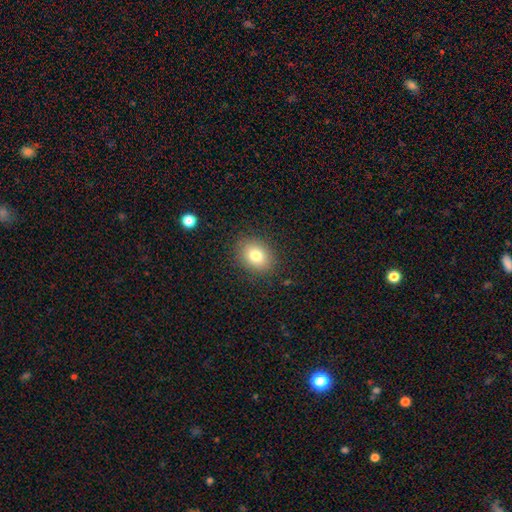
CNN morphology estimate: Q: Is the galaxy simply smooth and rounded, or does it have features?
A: smooth — 78%.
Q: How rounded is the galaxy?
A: in between — 53%.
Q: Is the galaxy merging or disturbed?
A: none — 87%.